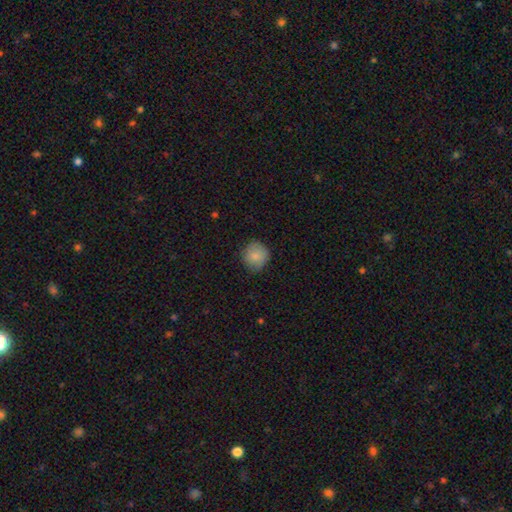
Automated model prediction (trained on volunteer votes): Morphology: type=smooth (83%); roundness=round (90%); merging=none (78%).